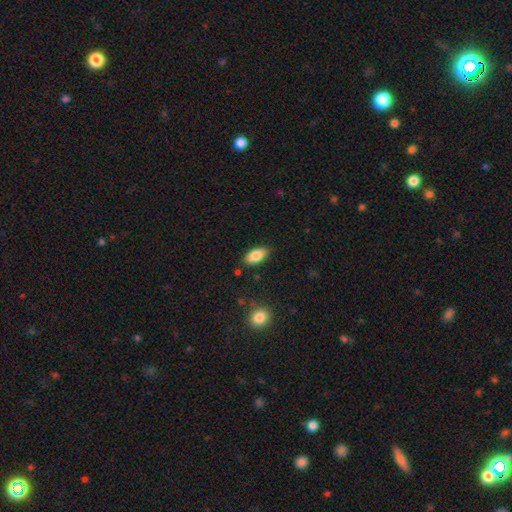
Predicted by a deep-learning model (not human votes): A smooth galaxy with no disk features (85%) that is in between round and cigar-shaped (91%).

Vote fractions:
- Smooth or featured? smooth: 85% / featured or disk: 8% / star or artifact: 7%
- How rounded? in between: 91% / cigar-shaped: 6% / round: 3%
- Merging? none: 84% / minor disturbance: 11% / major disturbance: 2% / merger: 2%